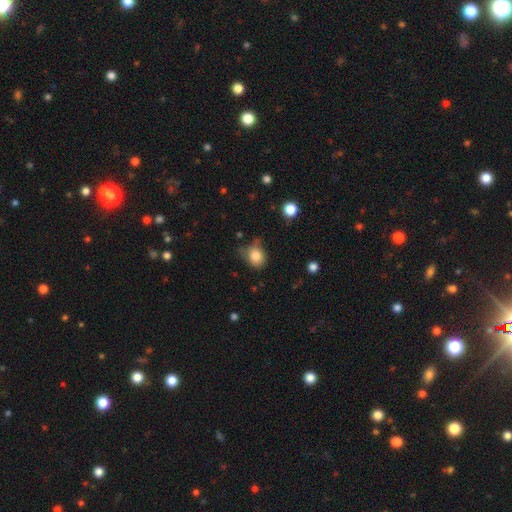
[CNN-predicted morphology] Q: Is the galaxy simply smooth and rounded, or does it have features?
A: smooth — 81%.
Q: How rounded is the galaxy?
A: round — 60%.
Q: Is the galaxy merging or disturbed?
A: none — 53%.